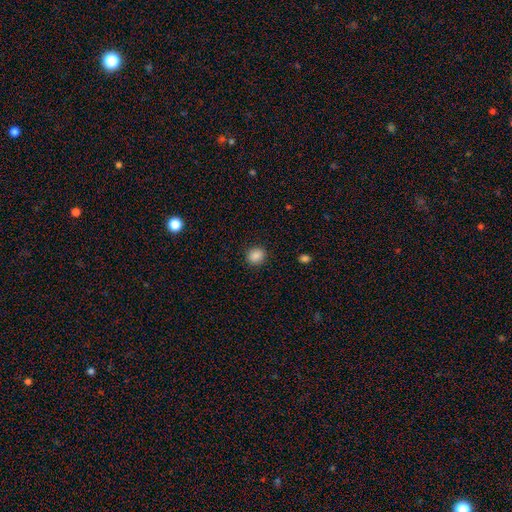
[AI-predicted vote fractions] This is clearly a smooth galaxy (88%). How rounded: likely round (72%). Merging: clearly none (90%).